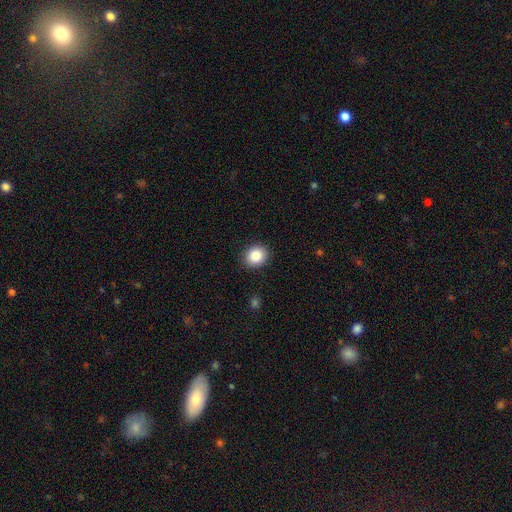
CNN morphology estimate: Smooth or featured: smooth — 85% (star or artifact — 9%)
How rounded: round — 70% (in between — 29%)
Merging: none — 90% (minor disturbance — 7%)